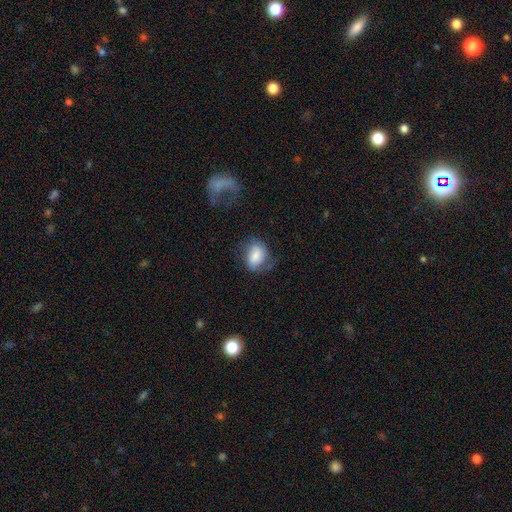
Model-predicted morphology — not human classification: This is likely a smooth galaxy (62%). How rounded: likely in between (62%). Merging: possibly none (50%).